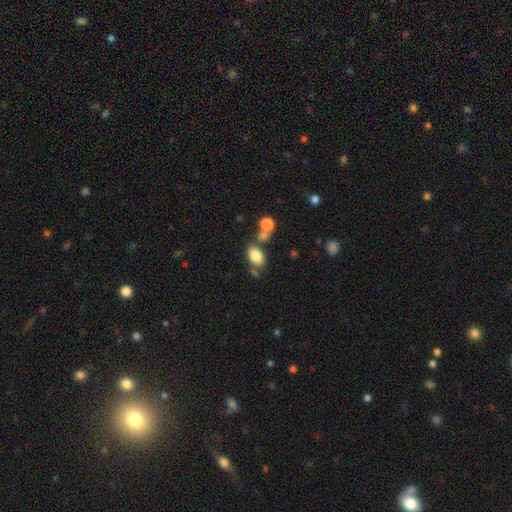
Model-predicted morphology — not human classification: Smooth or featured: smooth — 82% (star or artifact — 10%)
How rounded: in between — 86% (round — 13%)
Merging: none — 60% (merger — 20%)